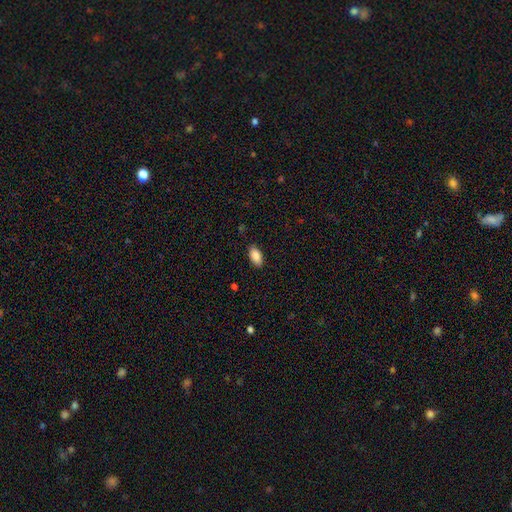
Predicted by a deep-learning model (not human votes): Smooth or featured? smooth (89%)
How rounded? in between (93%)
Merging? none (87%)